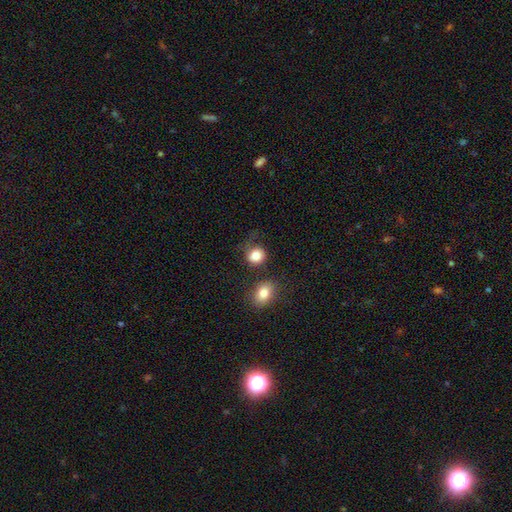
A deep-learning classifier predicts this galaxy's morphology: This appears to be a smooth galaxy with no disk features (84%) that is round (73%). Merging: none (62%).